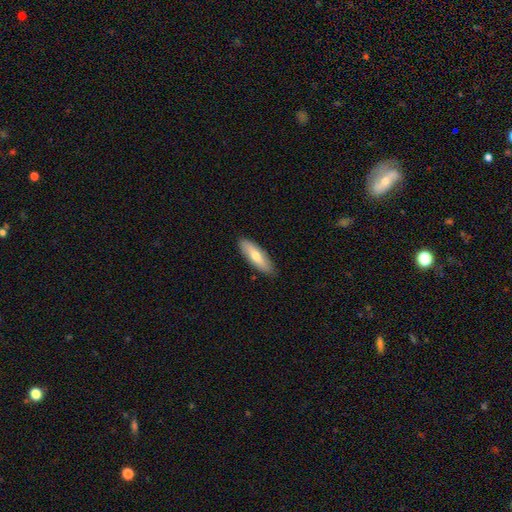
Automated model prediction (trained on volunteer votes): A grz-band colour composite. It shows a smooth galaxy with no disk features (64%) that is cigar-shaped (50%). Merging: none (88%).